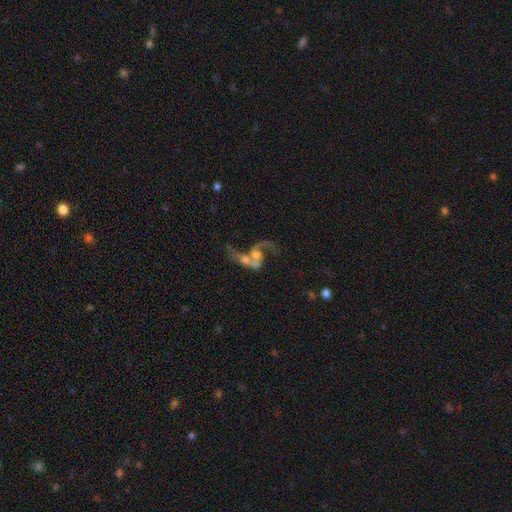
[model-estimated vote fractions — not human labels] Smooth or featured? Predicted: featured or disk (p=0.67). Edge-on disk? Predicted: no (p=0.96). Bar? Predicted: no (p=0.67). Spiral arms? Predicted: yes (p=0.71). Bulge size? Predicted: moderate (p=0.38). Merging? Predicted: merger (p=0.65).